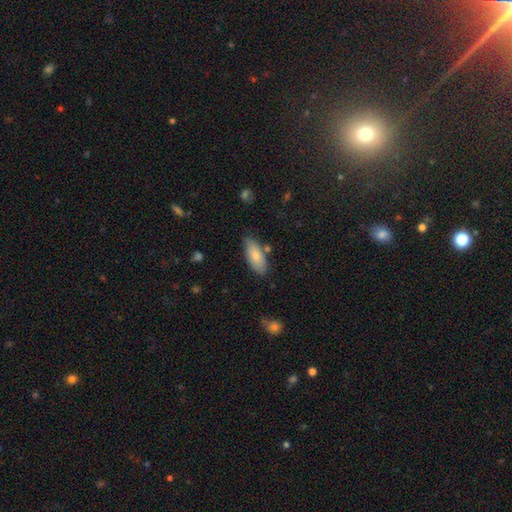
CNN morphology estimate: Smooth or featured?
  - smooth: 80% *
  - featured or disk: 14%
  - star or artifact: 6%
How rounded?
  - in between: 83% *
  - cigar-shaped: 15%
  - round: 2%
Merging?
  - none: 74% *
  - minor disturbance: 18%
  - merger: 5%
  - major disturbance: 3%